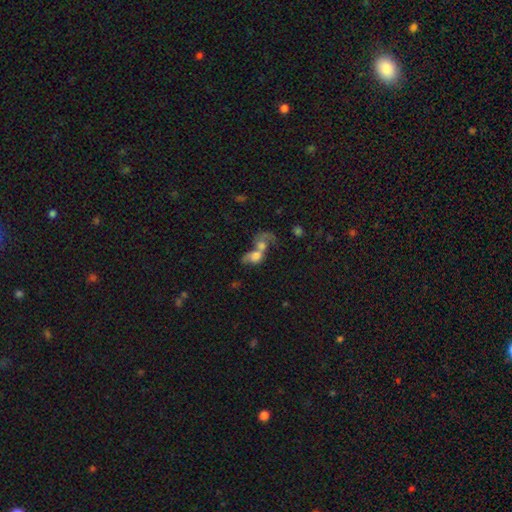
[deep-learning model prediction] Morphology: type=smooth (55%); roundness=in between (59%); merging=merger (77%).